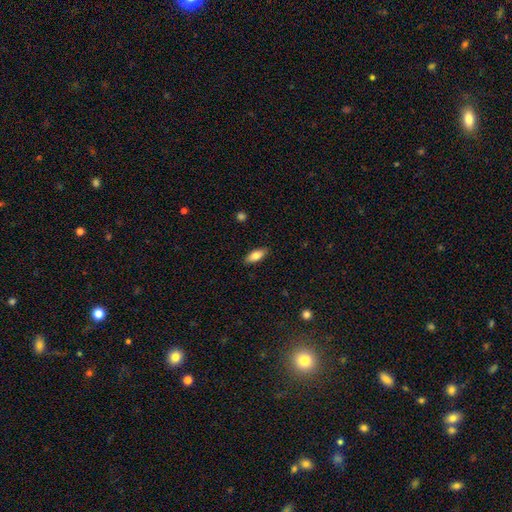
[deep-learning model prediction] This appears to be a smooth galaxy with no disk features (82%) that is in between round and cigar-shaped (82%). Merging: none (89%).